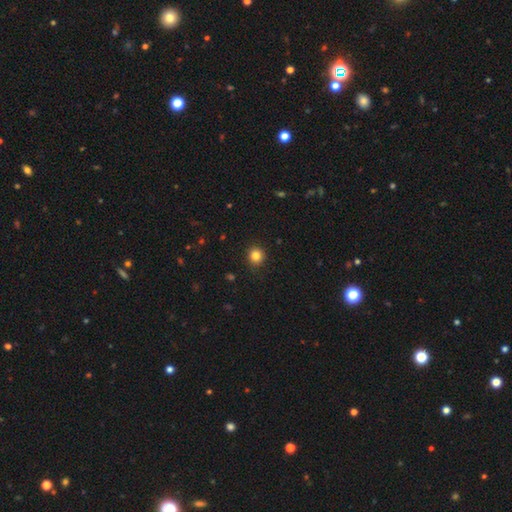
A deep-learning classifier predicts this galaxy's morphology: Smooth or featured? smooth (83%)
How rounded? round (90%)
Merging? none (91%)